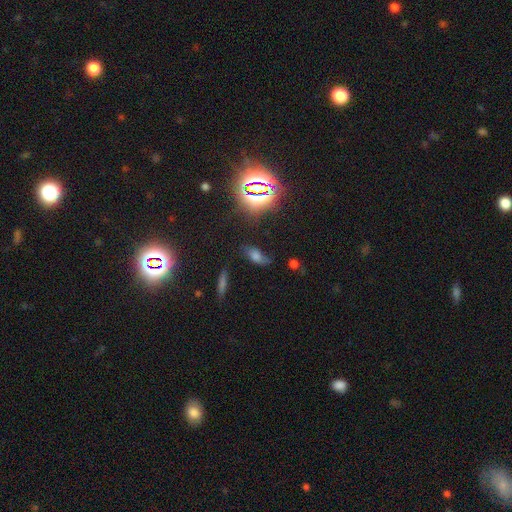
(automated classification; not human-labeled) Q: Smooth or featured?
A: smooth (51%); runner-up: star or artifact (28%)
Q: How rounded?
A: in between (79%); runner-up: cigar-shaped (13%)
Q: Merging?
A: none (59%); runner-up: minor disturbance (25%)